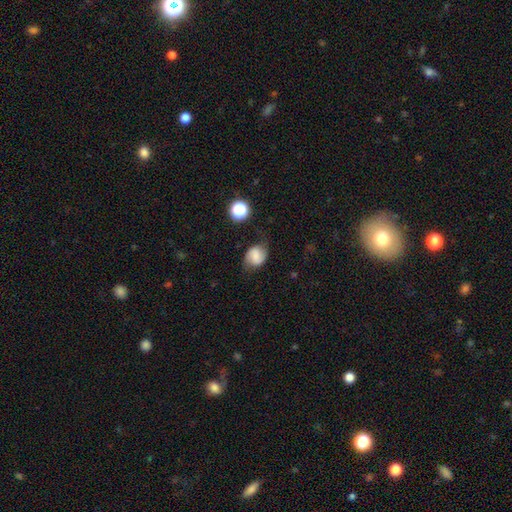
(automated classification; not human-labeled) smooth-or-featured: smooth: 49% | featured or disk: 40% | star or artifact: 11%
  merging: none: 67% | minor disturbance: 23% | major disturbance: 8% | merger: 2%